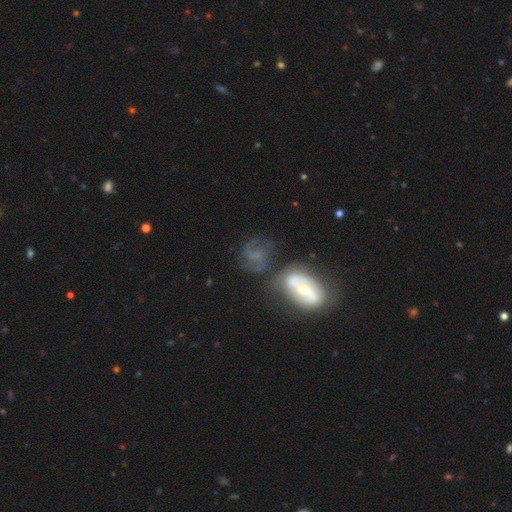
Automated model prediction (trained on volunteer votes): Smooth or featured? featured or disk (71%)
Edge-on disk? no (97%)
Bar? weak (44%)
Spiral arms? yes (89%)
Spiral winding? medium (47%)
Spiral arm count? 2 (75%)
Bulge size? small (41%)
Merging? none (51%)